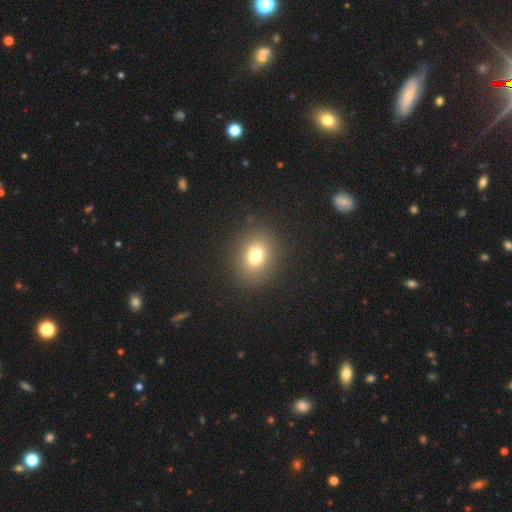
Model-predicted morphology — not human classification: smooth-or-featured: smooth: 73% | star or artifact: 14% | featured or disk: 12%
  how-rounded: round: 60% | in between: 39% | cigar-shaped: 1%
  merging: none: 86% | minor disturbance: 9% | major disturbance: 4% | merger: 2%